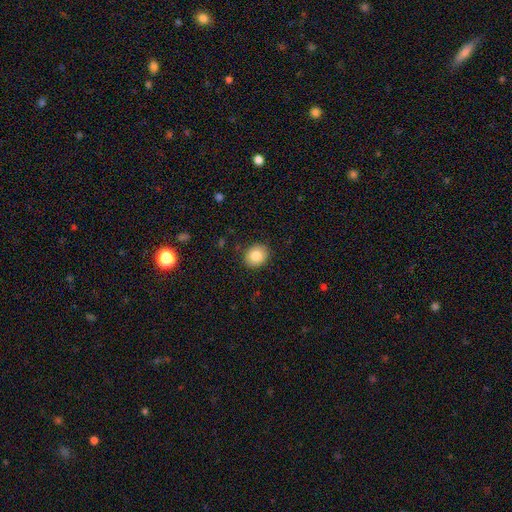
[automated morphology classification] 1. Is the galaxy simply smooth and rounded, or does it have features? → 85% smooth, 8% star or artifact, 7% featured or disk.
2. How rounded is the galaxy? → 67% round, 32% in between, 1% cigar-shaped.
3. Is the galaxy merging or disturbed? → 89% none, 8% minor disturbance, 2% major disturbance, 1% merger.